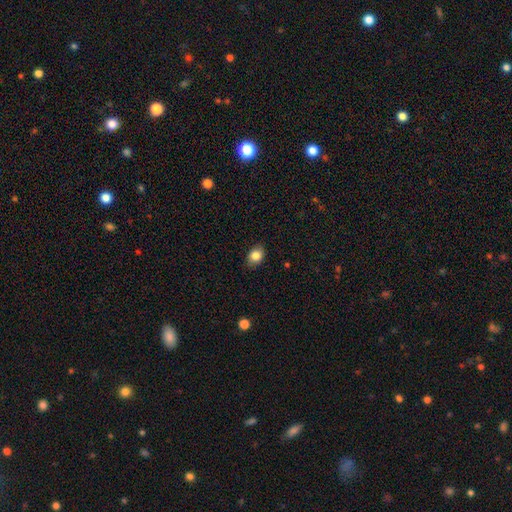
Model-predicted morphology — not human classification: The model was most divided on "how rounded": in between: 69%, round: 30%, cigar-shaped: 1%. More confident: merging — none (84%); smooth or featured — smooth (84%).